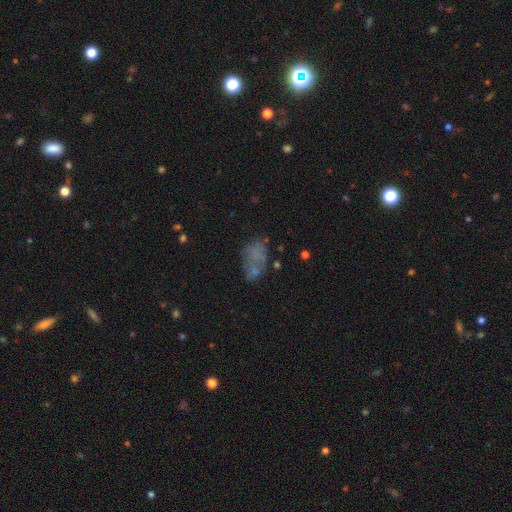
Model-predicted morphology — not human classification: A smooth galaxy with no disk features (55%) that is in between round and cigar-shaped (83%). Merging: none (41%).